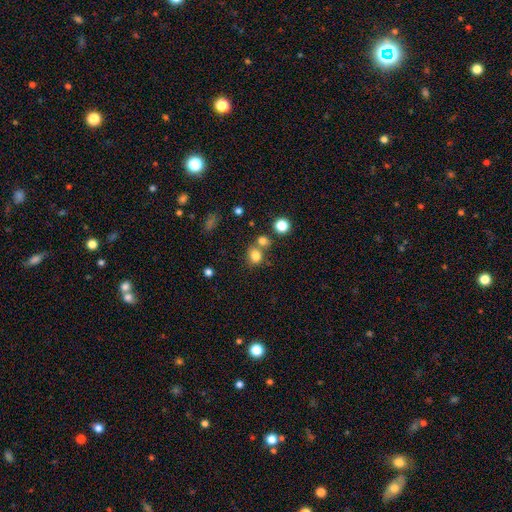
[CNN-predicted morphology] Q: Smooth or featured?
A: smooth (79%); runner-up: star or artifact (14%)
Q: How rounded?
A: round (67%); runner-up: in between (32%)
Q: Merging?
A: none (56%); runner-up: merger (29%)